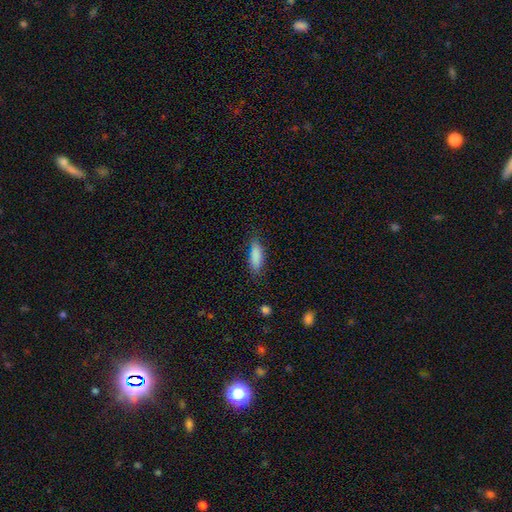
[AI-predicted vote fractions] Morphology: type=smooth (87%); roundness=in between (60%); merging=none (77%).